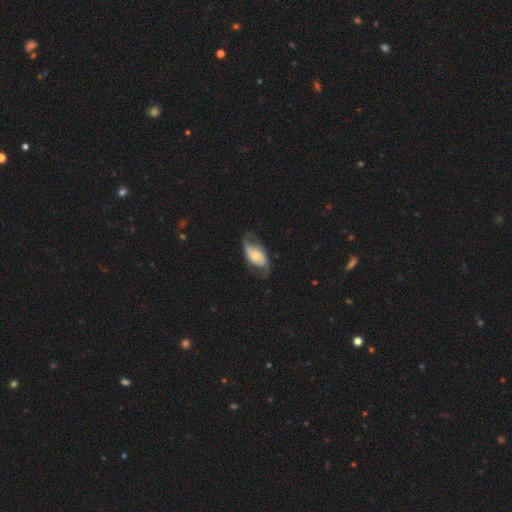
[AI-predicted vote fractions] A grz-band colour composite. It shows a featured or disk galaxy (71%) with no bar (67%), 2 (87%) loose (48%) spiral arms (83%) and a moderate central bulge (56%). Merging: none (66%).